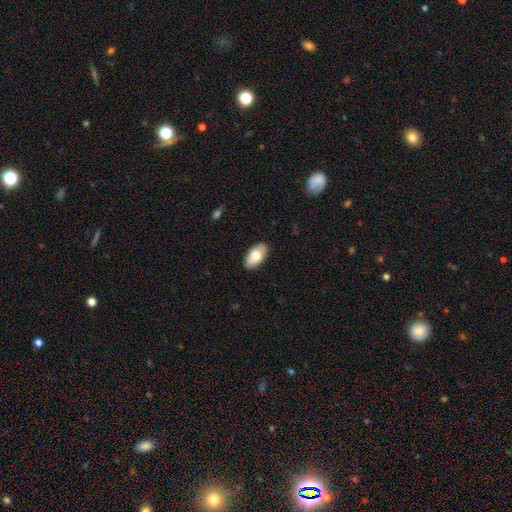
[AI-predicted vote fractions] Smooth or featured: smooth — 79% (featured or disk — 15%)
How rounded: in between — 94% (round — 3%)
Merging: none — 87% (minor disturbance — 10%)